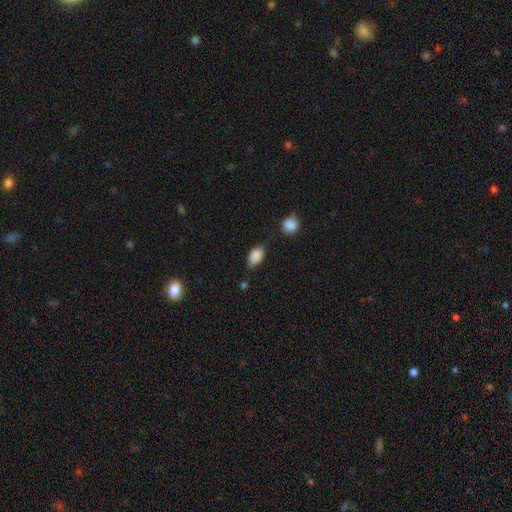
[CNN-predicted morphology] Smooth or featured: smooth — 84% (star or artifact — 8%)
How rounded: in between — 85% (round — 12%)
Merging: none — 58% (minor disturbance — 28%)